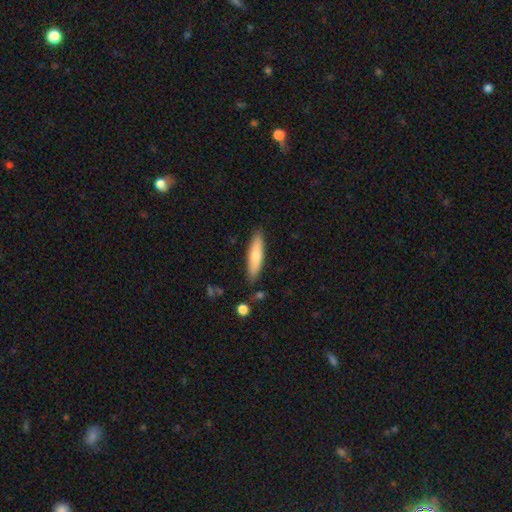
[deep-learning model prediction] smooth_or_featured: smooth (p=0.72) [alt: featured or disk p=0.22]
how_rounded: cigar-shaped (p=0.74) [alt: in between p=0.24]
merging: none (p=0.85) [alt: minor disturbance p=0.11]